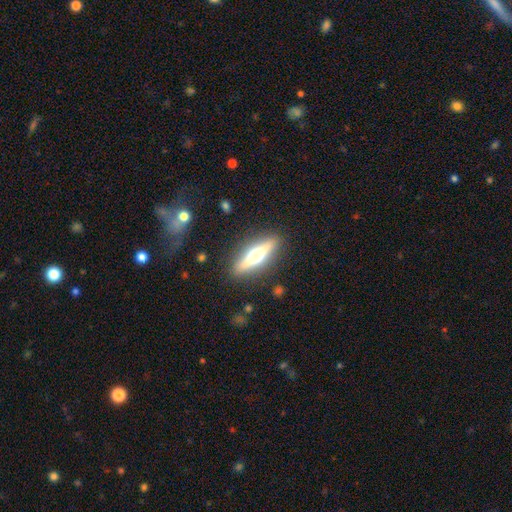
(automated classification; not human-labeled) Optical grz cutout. It shows a featured or disk galaxy (63%) viewed edge-on (92%) with a rounded central bulge (95%). Merging: none (88%).